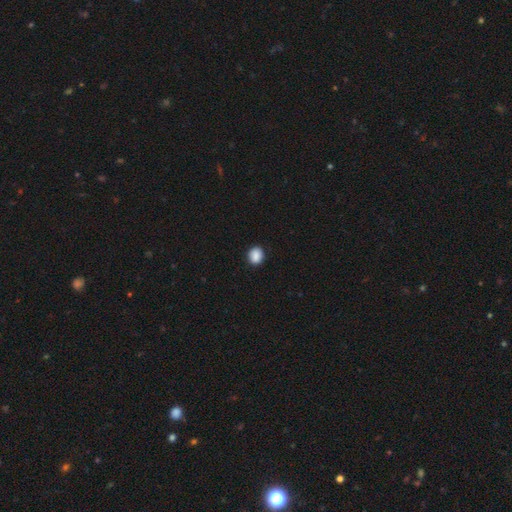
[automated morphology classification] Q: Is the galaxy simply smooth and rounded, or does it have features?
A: smooth — 88%.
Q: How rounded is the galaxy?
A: round — 63%.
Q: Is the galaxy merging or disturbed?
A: none — 87%.